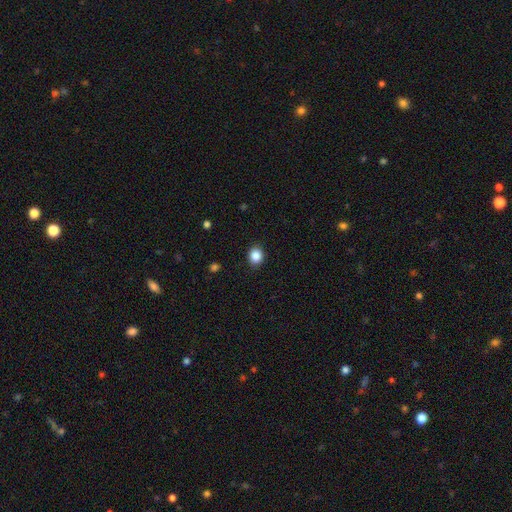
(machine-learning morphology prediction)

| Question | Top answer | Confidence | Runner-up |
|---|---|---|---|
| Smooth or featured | smooth | 87% | star or artifact (10%) |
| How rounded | round | 73% | in between (26%) |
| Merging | none | 90% | minor disturbance (7%) |